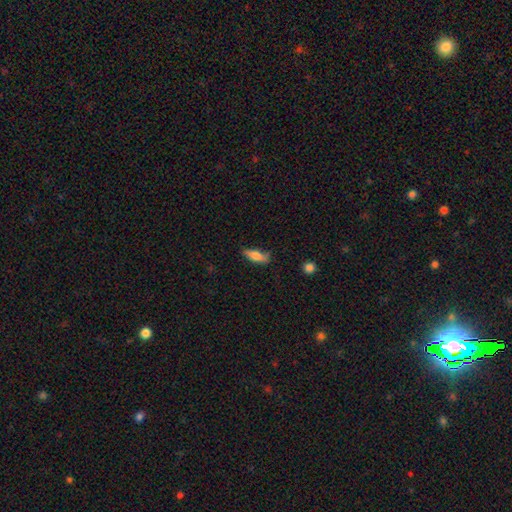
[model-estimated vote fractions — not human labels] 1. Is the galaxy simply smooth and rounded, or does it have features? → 75% smooth, 18% featured or disk, 7% star or artifact.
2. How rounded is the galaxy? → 61% in between, 36% cigar-shaped, 3% round.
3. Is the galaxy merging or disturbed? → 67% none, 26% minor disturbance, 6% major disturbance, 2% merger.